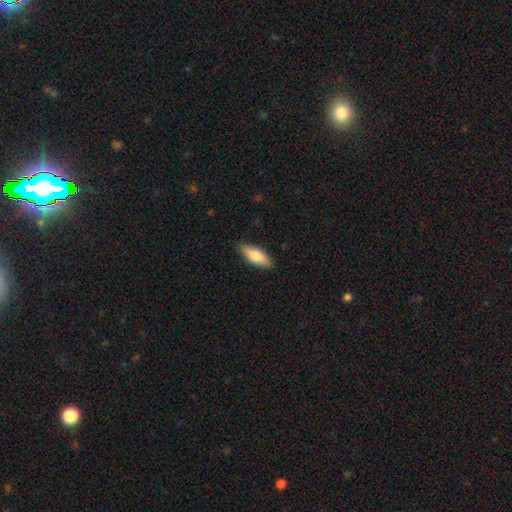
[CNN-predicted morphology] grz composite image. It shows a smooth galaxy with no disk features (78%) that is in between round and cigar-shaped (71%). Merging: none (85%).